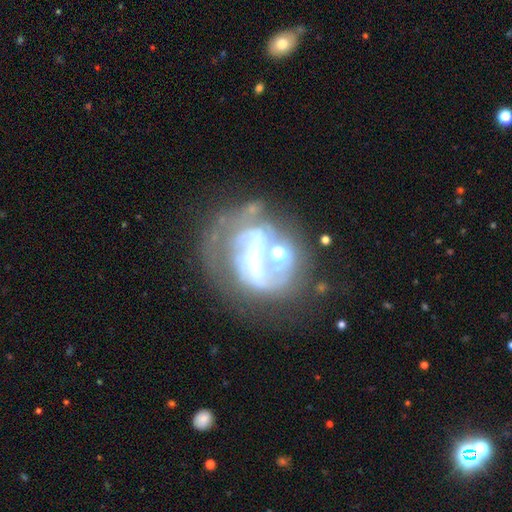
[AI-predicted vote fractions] This is likely a featured or disk galaxy (76%). It is clearly not viewed edge-on (95%). Bar: likely strong (65%). Spiral arm pattern: likely yes (65%). Central bulge: marginally moderate (32%). Merging: marginally none (39%).